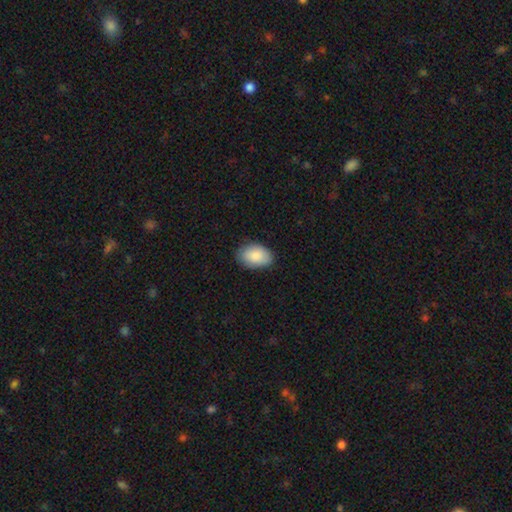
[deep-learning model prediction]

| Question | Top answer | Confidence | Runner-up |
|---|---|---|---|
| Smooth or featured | smooth | 88% | star or artifact (6%) |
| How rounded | in between | 89% | round (9%) |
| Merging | none | 82% | minor disturbance (15%) |